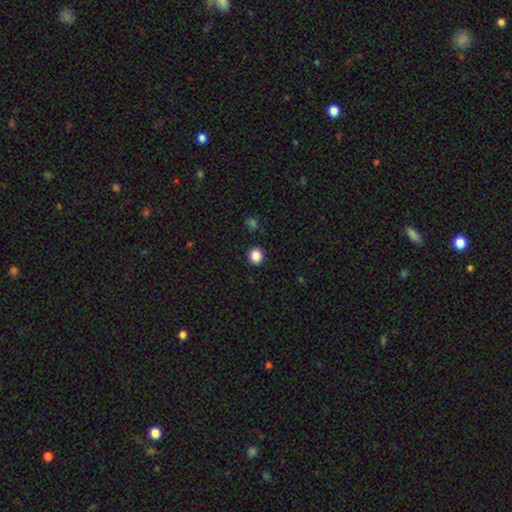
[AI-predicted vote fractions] Smooth or featured: smooth — 86% (star or artifact — 10%)
How rounded: round — 85% (in between — 14%)
Merging: none — 91% (minor disturbance — 6%)